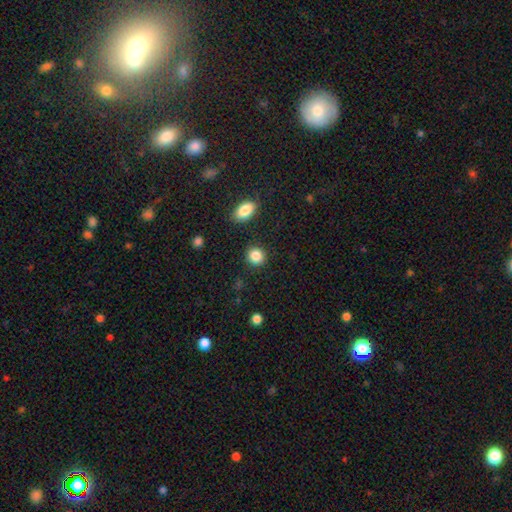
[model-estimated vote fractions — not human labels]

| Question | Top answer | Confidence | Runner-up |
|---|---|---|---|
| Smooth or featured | smooth | 87% | star or artifact (9%) |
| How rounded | round | 84% | in between (15%) |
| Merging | none | 89% | minor disturbance (6%) |